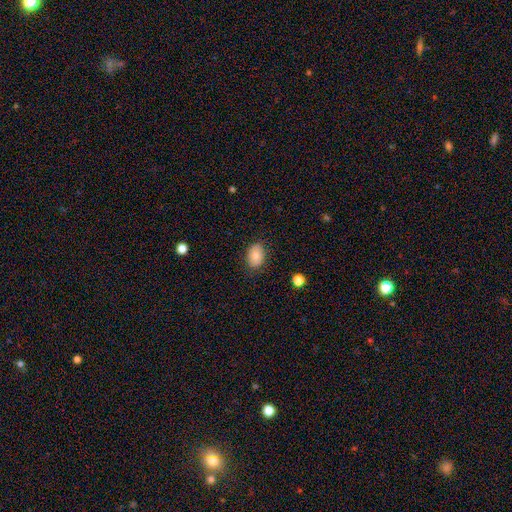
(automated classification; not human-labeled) Overall: smooth (78%). How rounded: in between (79%). Merging: none (83%).